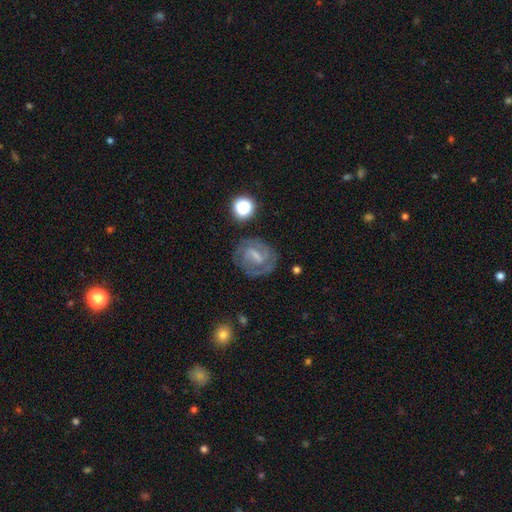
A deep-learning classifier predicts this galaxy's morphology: This appears to be a featured or disk galaxy (73%) with a weak bar (51%), 2 (65%) tight (47%) spiral arms (88%) and a small central bulge (42%). Merging: none (71%).